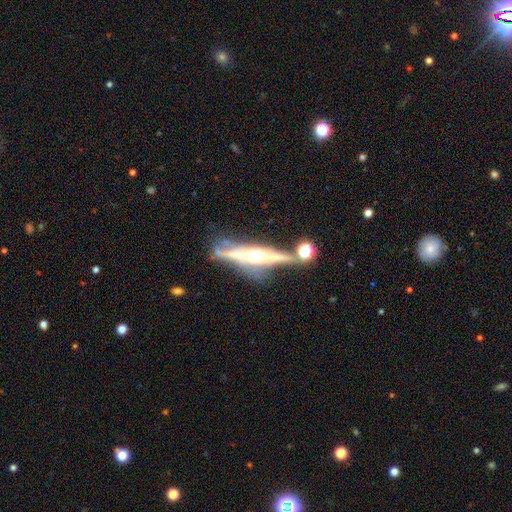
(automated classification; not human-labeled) This is clearly a featured or disk galaxy (81%). It is clearly viewed edge-on (92%). Edge-on bulge: clearly rounded (90%). Merging: possibly none (54%).